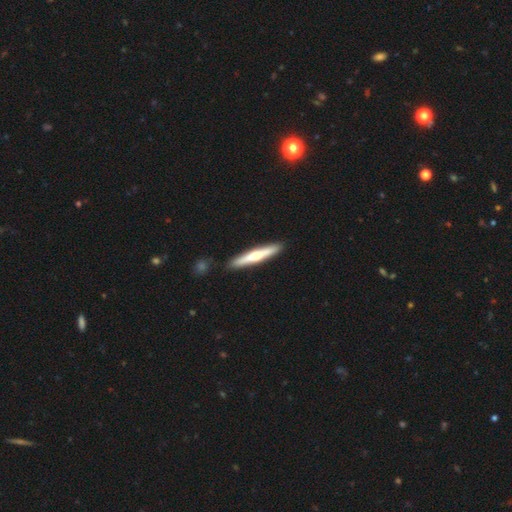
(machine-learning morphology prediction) This is possibly a featured or disk galaxy (49%). Merging: clearly none (90%).